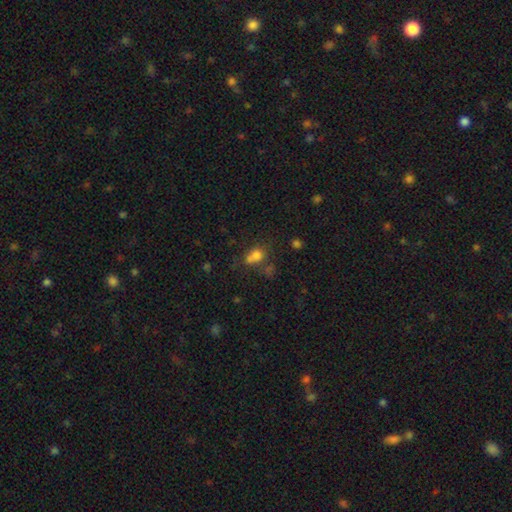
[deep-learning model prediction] Smooth or featured: smooth — 71% (star or artifact — 17%)
How rounded: in between — 52% (round — 45%)
Merging: none — 36% (merger — 35%)